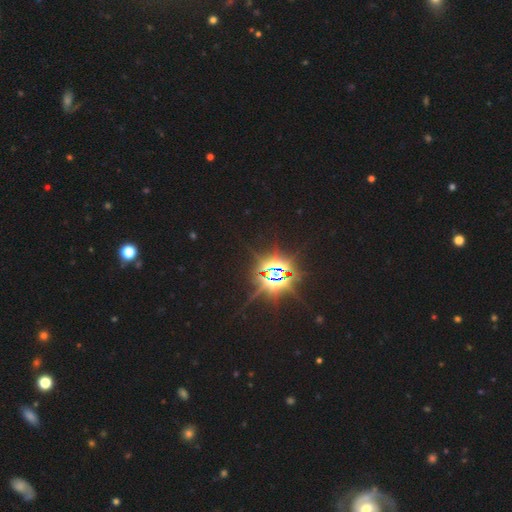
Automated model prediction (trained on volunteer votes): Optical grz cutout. It shows a star or artifact, not a galaxy (84%).